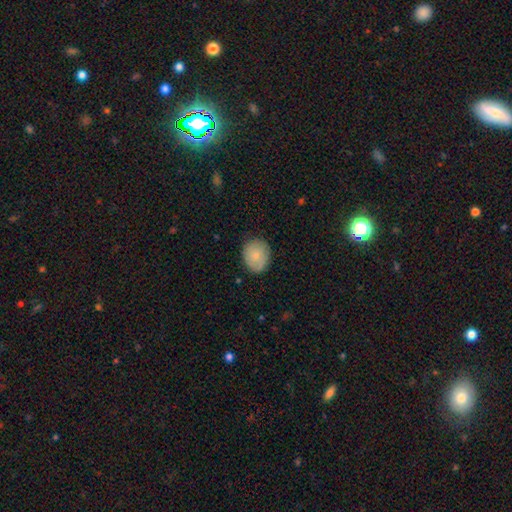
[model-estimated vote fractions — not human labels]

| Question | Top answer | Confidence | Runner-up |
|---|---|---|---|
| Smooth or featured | smooth | 77% | featured or disk (16%) |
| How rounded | round | 60% | in between (39%) |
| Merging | none | 82% | minor disturbance (14%) |